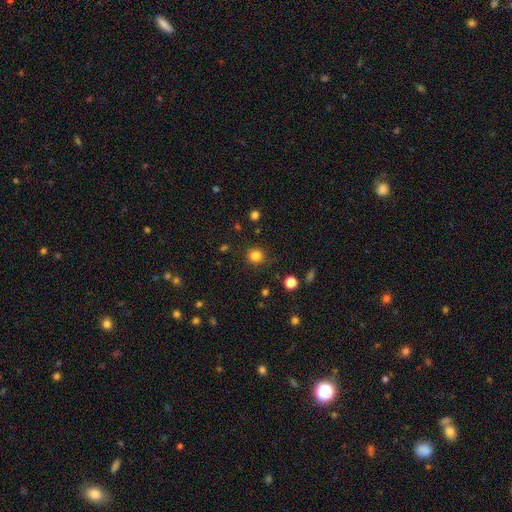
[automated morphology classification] smooth 82%, star or artifact 13%, featured or disk 4%. Down the decision tree: how rounded — round (92%); merging — none (87%).